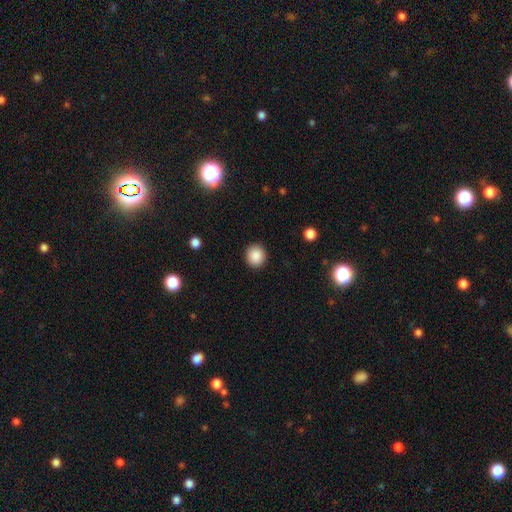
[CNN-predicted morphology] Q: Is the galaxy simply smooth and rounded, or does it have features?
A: smooth — 88%.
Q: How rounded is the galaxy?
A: round — 87%.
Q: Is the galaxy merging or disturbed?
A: none — 91%.